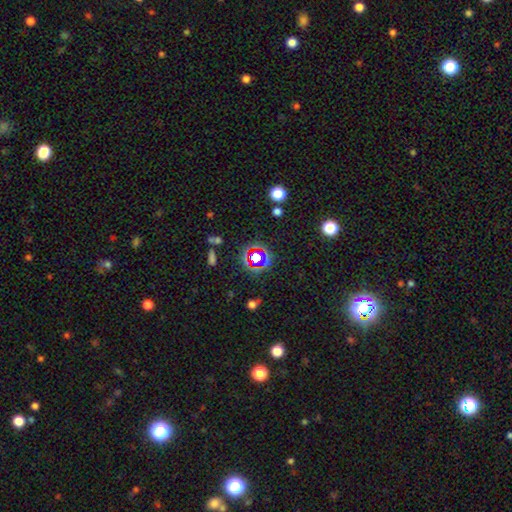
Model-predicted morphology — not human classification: Q: Smooth or featured?
A: star or artifact (63%); runner-up: smooth (25%)